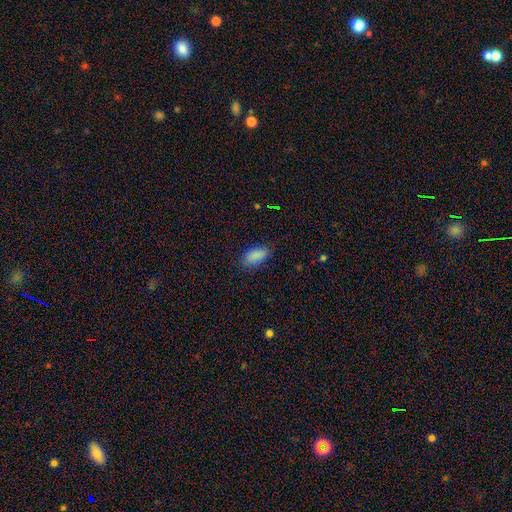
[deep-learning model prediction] Overall: smooth (86%). How rounded: in between (92%). Merging: none (76%).